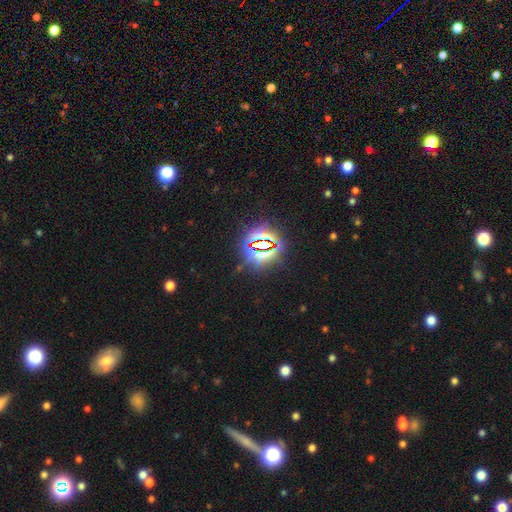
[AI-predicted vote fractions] Overall: star or artifact (77%).